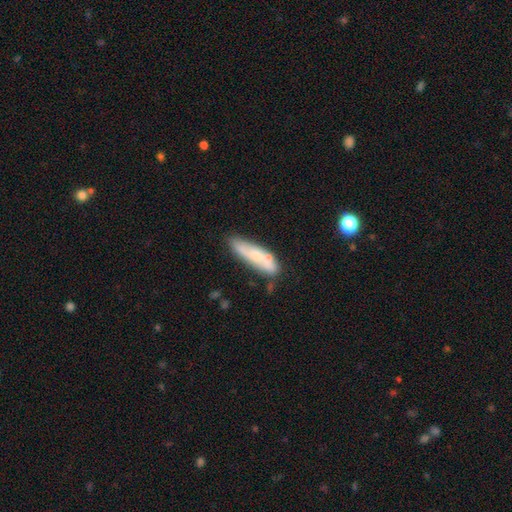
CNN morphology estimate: The model was most divided on "smooth or featured": smooth: 53%, featured or disk: 39%, star or artifact: 8%. More confident: how rounded — cigar-shaped (65%); merging — none (59%).